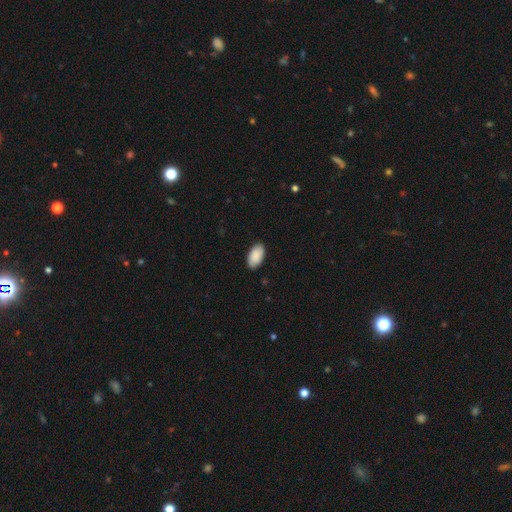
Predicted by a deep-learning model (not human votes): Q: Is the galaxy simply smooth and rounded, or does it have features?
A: smooth — 90%.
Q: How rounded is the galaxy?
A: in between — 96%.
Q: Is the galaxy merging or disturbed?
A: none — 88%.